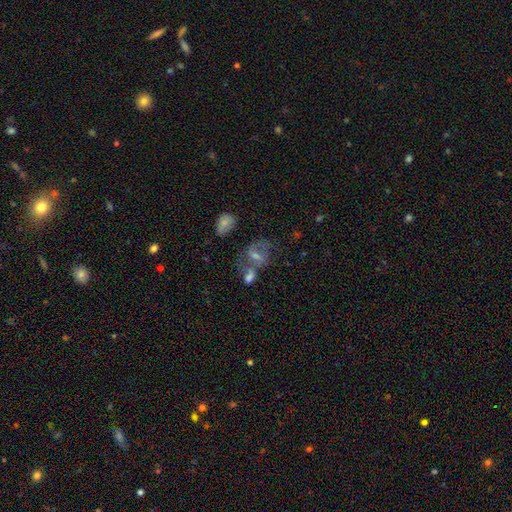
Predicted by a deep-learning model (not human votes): Q: Smooth or featured?
A: featured or disk (48%); runner-up: smooth (36%)
Q: Merging?
A: none (39%); runner-up: merger (33%)